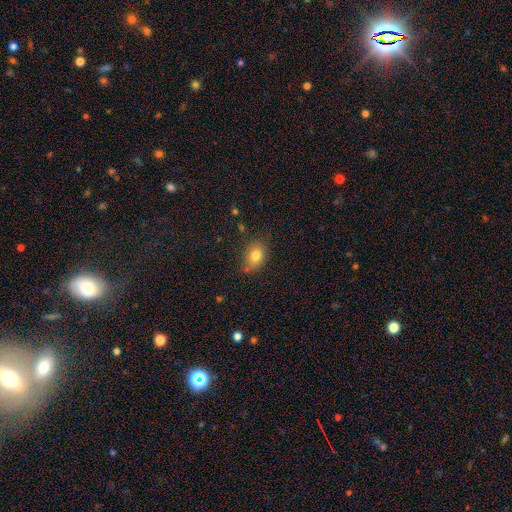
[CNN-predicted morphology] A smooth galaxy with no disk features (80%) that is in between round and cigar-shaped (75%). Merging: none (72%).